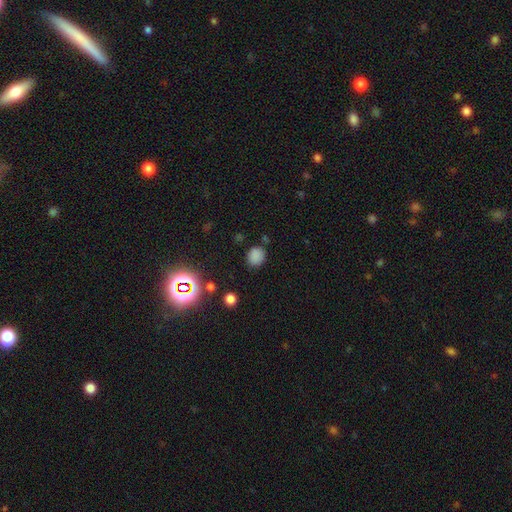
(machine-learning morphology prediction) Smooth or featured?
  - smooth: 78% *
  - star or artifact: 18%
  - featured or disk: 5%
How rounded?
  - round: 74% *
  - in between: 25%
  - cigar-shaped: 1%
Merging?
  - none: 80% *
  - minor disturbance: 13%
  - major disturbance: 4%
  - merger: 4%